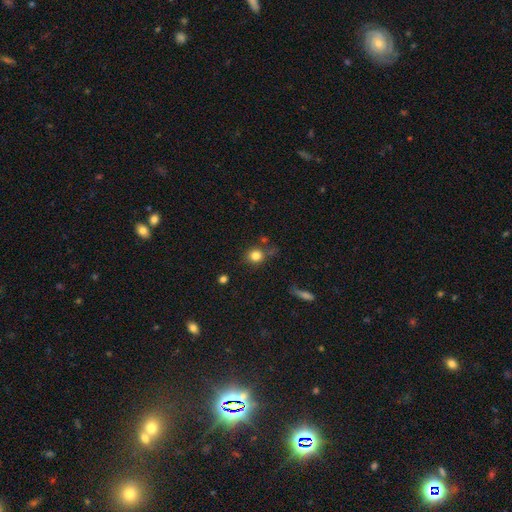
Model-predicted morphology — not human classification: Overall: smooth (82%). How rounded: round (83%). Merging: none (68%).